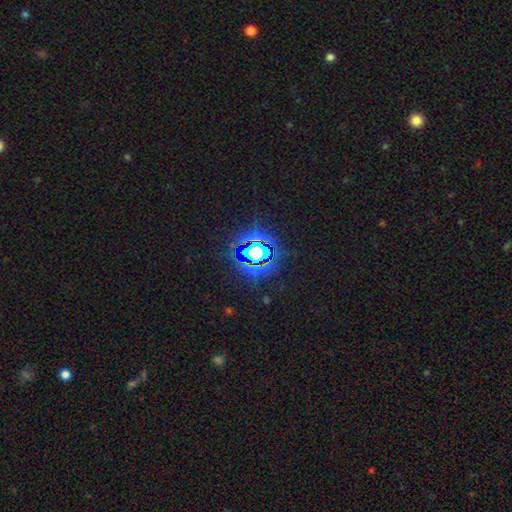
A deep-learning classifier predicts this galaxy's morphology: A star or artifact, not a galaxy (78%).

Vote fractions:
- Smooth or featured? star or artifact: 78% / smooth: 13% / featured or disk: 10%